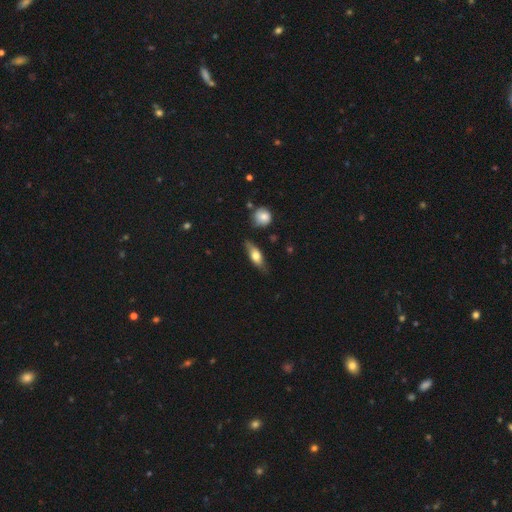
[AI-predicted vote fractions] A smooth galaxy with no disk features (61%) that is in between round and cigar-shaped (61%).

Vote fractions:
- Smooth or featured? smooth: 61% / featured or disk: 33% / star or artifact: 6%
- How rounded? in between: 61% / cigar-shaped: 35% / round: 4%
- Merging? none: 73% / minor disturbance: 20% / major disturbance: 4% / merger: 3%